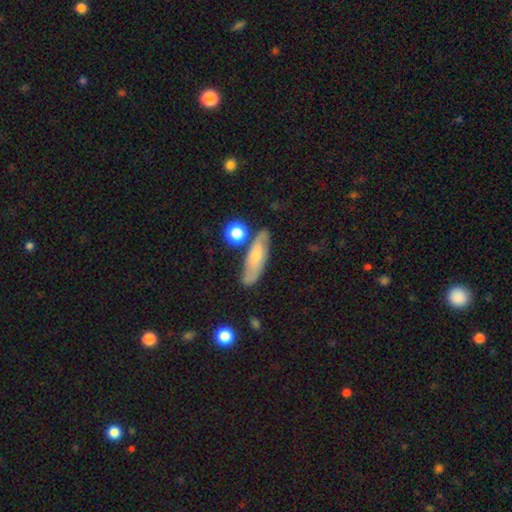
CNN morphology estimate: Smooth or featured? smooth (53%)
How rounded? cigar-shaped (48%, tied with in between)
Merging? none (71%)